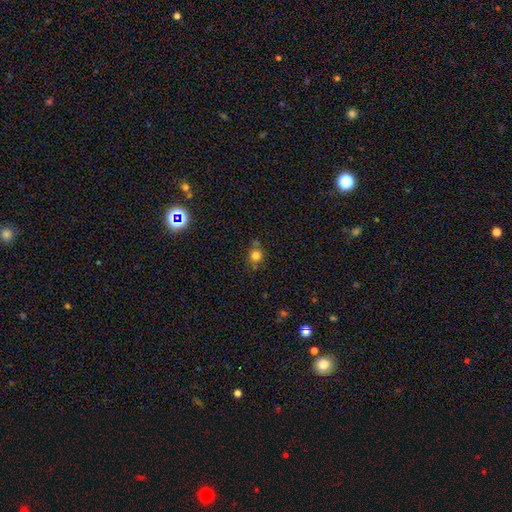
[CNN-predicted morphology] This appears to be a smooth galaxy with no disk features (77%) that is round (83%). Merging: none (66%).